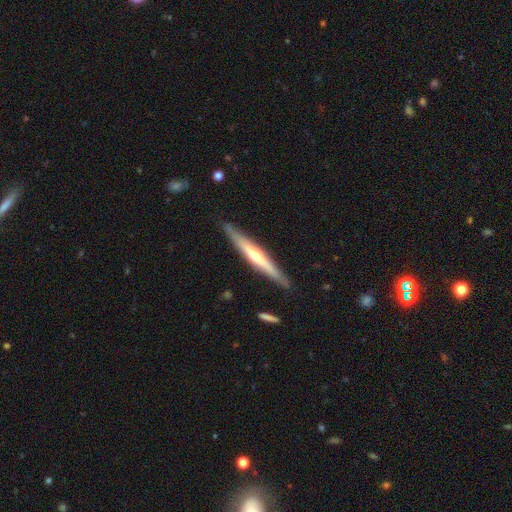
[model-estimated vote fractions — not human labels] Smooth or featured: featured or disk — 69% (smooth — 25%)
Edge-on disk: yes — 96% (no — 4%)
Edge-on bulge: rounded — 80% (none — 16%)
Merging: none — 88% (minor disturbance — 9%)